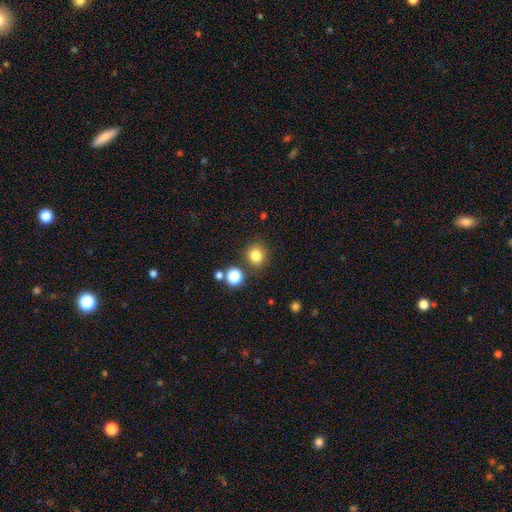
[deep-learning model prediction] This appears to be a smooth galaxy with no disk features (81%) that is round (88%). Merging: none (84%).